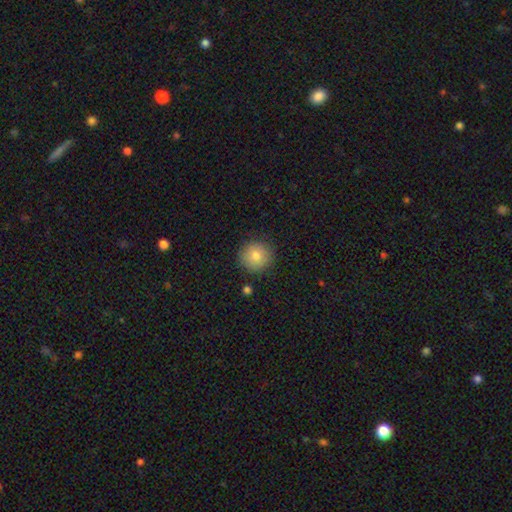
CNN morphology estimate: A smooth galaxy with no disk features (81%) that is round (94%). Merging: none (89%).